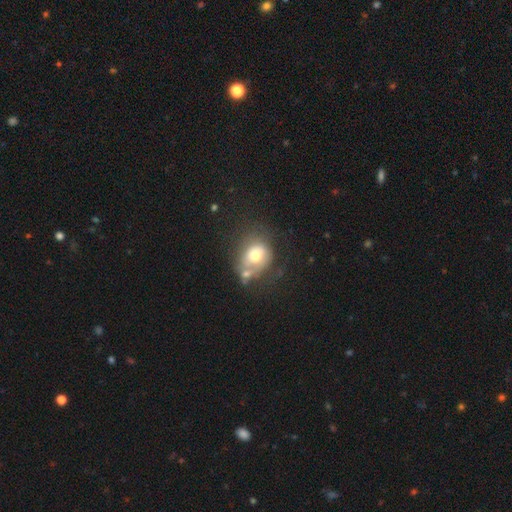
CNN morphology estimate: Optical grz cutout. It shows a smooth galaxy with no disk features (60%) that is round (56%). Merging: none (32%).